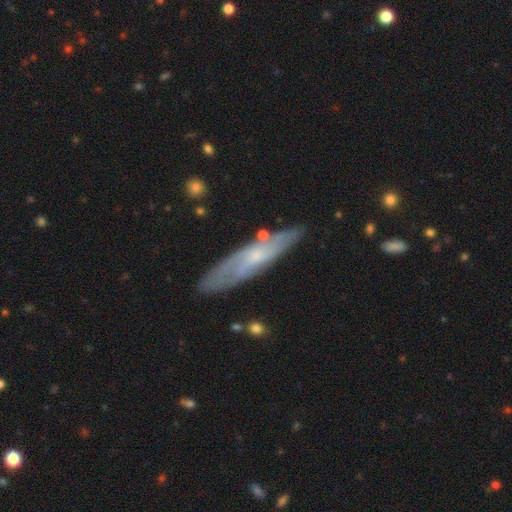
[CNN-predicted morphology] type=featured or disk (65%); edge-on=no (55%); merging=none (77%).